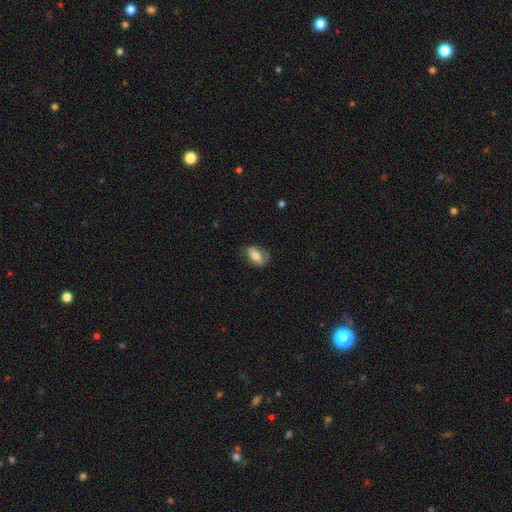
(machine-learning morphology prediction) Smooth or featured?
  - smooth: 67% *
  - featured or disk: 26%
  - star or artifact: 7%
How rounded?
  - in between: 86% *
  - round: 8%
  - cigar-shaped: 6%
Merging?
  - none: 71% *
  - minor disturbance: 22%
  - major disturbance: 6%
  - merger: 1%